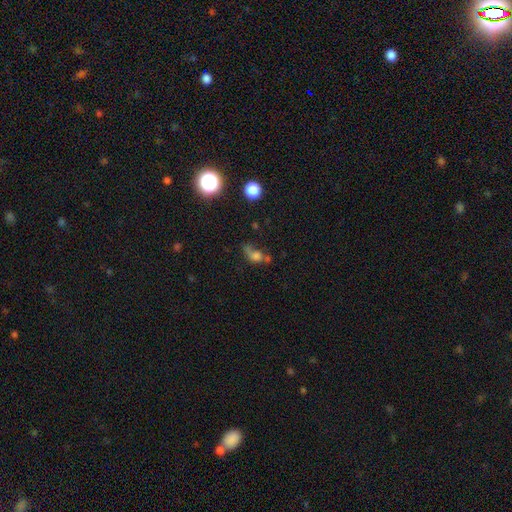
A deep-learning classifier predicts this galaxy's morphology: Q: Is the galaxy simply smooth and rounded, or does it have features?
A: smooth — 58%.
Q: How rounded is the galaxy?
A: in between — 51%.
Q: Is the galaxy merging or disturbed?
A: major disturbance — 30%.